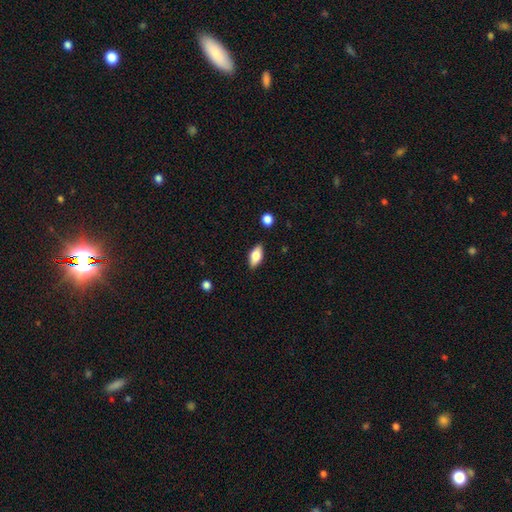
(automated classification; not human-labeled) Q: Smooth or featured?
A: smooth (71%); runner-up: featured or disk (22%)
Q: How rounded?
A: in between (86%); runner-up: cigar-shaped (10%)
Q: Merging?
A: none (85%); runner-up: minor disturbance (11%)